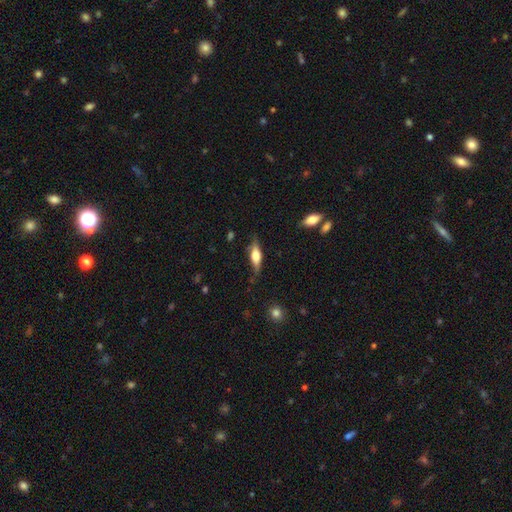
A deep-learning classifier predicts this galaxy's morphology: Overall: smooth (49%; featured or disk 44%). Merging: none (74%).